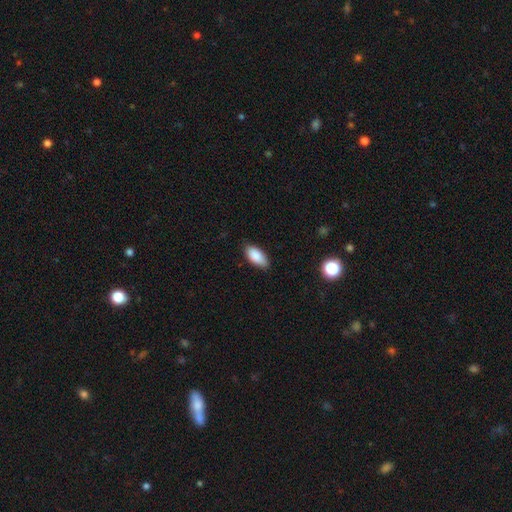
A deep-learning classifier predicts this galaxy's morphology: The model was most divided on "merging": none: 81%, minor disturbance: 16%, major disturbance: 2%, merger: 1%. More confident: how rounded — in between (91%); smooth or featured — smooth (88%).